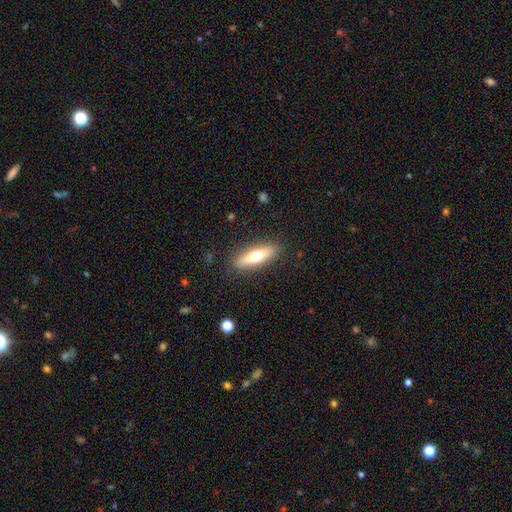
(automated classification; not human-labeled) Smooth or featured? Predicted: smooth (p=0.56). How rounded? Predicted: cigar-shaped (p=0.64). Merging? Predicted: none (p=0.88).